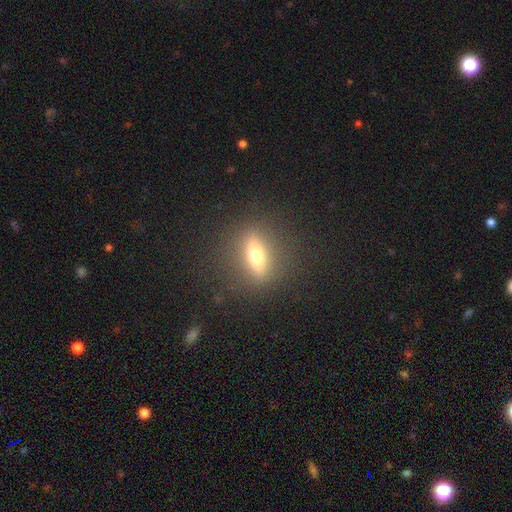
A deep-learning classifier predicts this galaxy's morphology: type=smooth (47%); merging=none (86%).